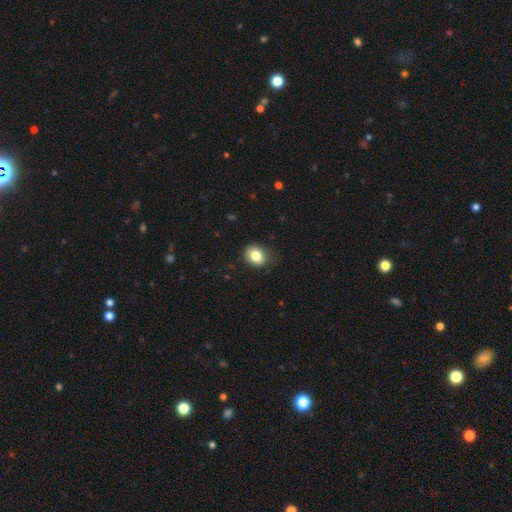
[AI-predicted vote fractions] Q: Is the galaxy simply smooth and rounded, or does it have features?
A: smooth — 83%.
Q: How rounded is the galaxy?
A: round — 52%.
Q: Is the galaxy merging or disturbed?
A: none — 80%.